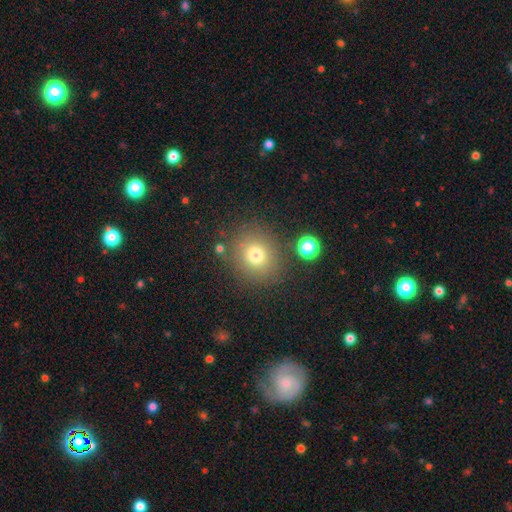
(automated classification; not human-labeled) Smooth or featured? smooth (60%)
How rounded? round (88%)
Merging? none (87%)